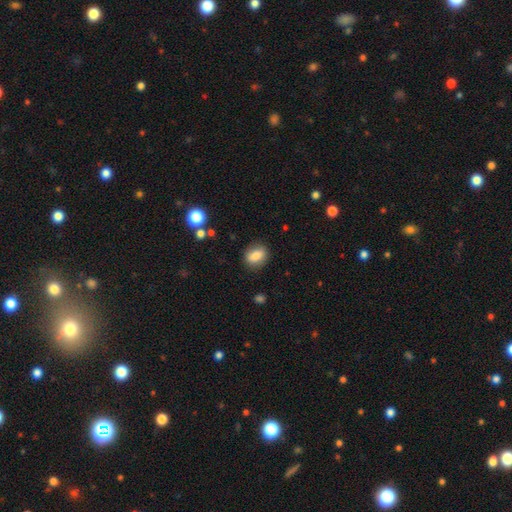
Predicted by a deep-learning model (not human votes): smooth_or_featured: smooth (p=0.80) [alt: featured or disk p=0.11]
how_rounded: in between (p=0.52) [alt: round p=0.47]
merging: none (p=0.85) [alt: minor disturbance p=0.10]